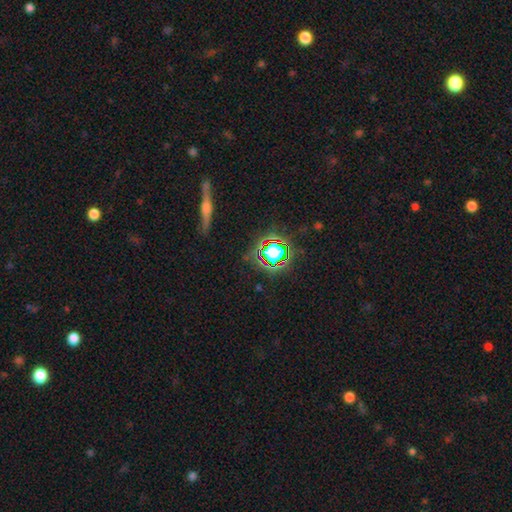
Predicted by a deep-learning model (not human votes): This appears to be a star or artifact, not a galaxy (55%).